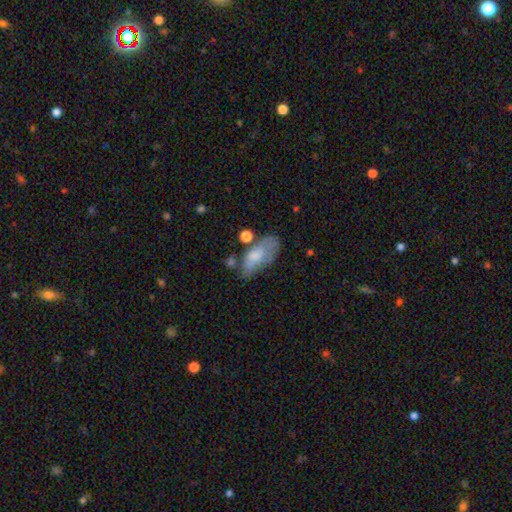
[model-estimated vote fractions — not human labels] This appears to be a smooth galaxy with no disk features (69%) that is in between round and cigar-shaped (88%). Merging: none (38%).